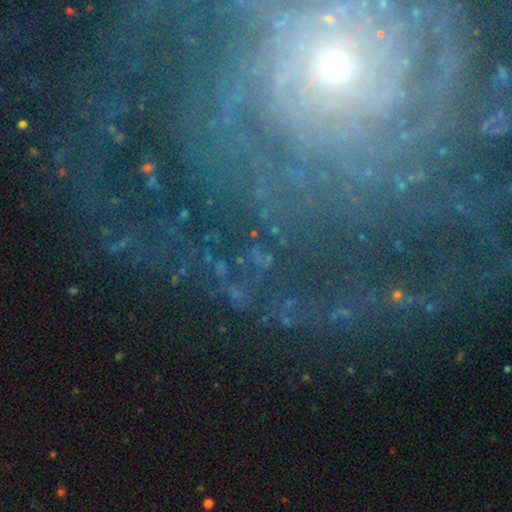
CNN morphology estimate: This appears to be a featured or disk galaxy (57%) with no bar (55%), spiral arms (85%) and a small central bulge (58%). Merging: none (65%).